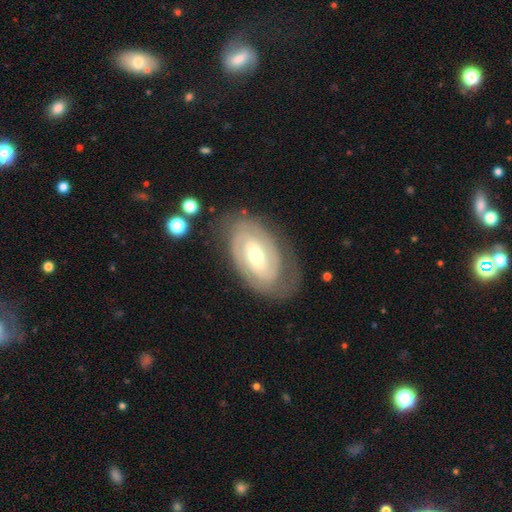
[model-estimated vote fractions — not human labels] Smooth or featured? featured or disk (80%)
Edge-on disk? no (95%)
Bar? weak (43%)
Spiral arms? yes (84%)
Spiral winding? tight (65%)
Spiral arm count? 2 (57%)
Bulge size? moderate (62%)
Merging? none (69%)